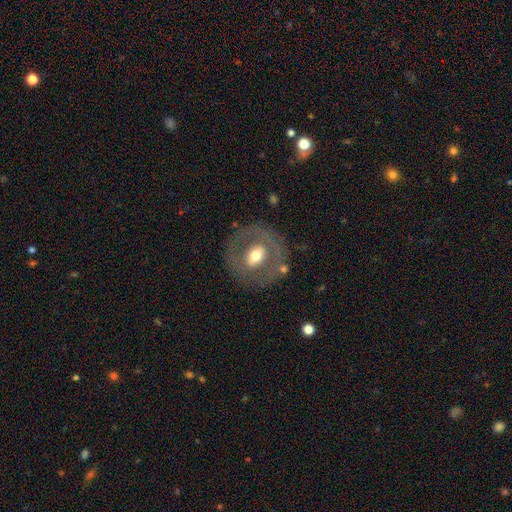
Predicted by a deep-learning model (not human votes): Smooth or featured?
  - featured or disk: 54% *
  - smooth: 39%
  - star or artifact: 7%
Edge-on disk?
  - no: 92% *
  - yes: 8%
Merging?
  - none: 77% *
  - minor disturbance: 13%
  - major disturbance: 8%
  - merger: 3%